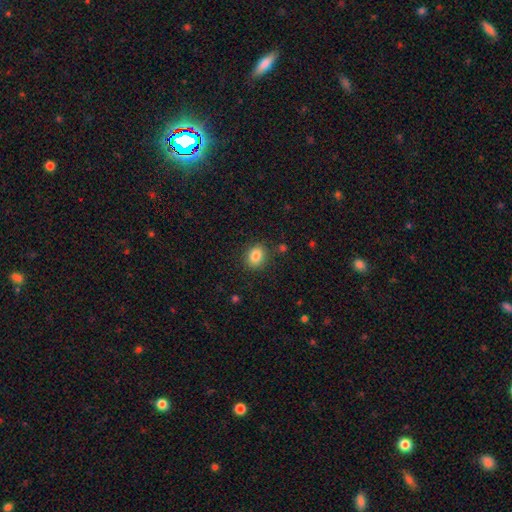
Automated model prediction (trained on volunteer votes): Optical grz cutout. It shows a smooth galaxy with no disk features (85%) that is round (51%). Merging: none (86%).